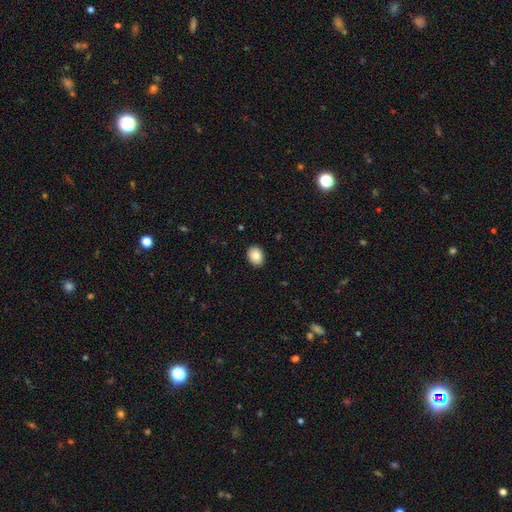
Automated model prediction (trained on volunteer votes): This appears to be a smooth galaxy with no disk features (84%) that is in between round and cigar-shaped (64%). Merging: none (90%).